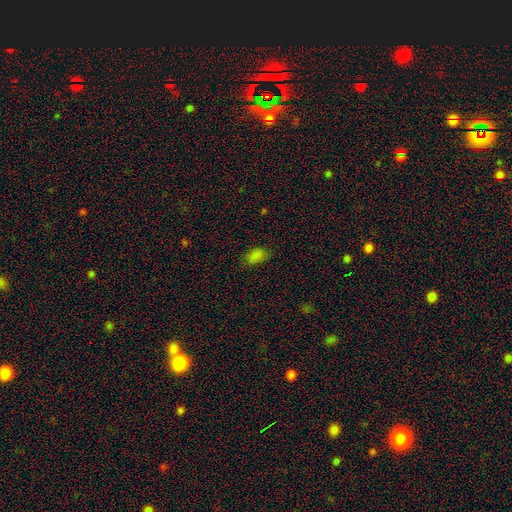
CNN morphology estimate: Smooth or featured: smooth — 81% (star or artifact — 15%)
How rounded: in between — 91% (round — 7%)
Merging: none — 78% (minor disturbance — 17%)